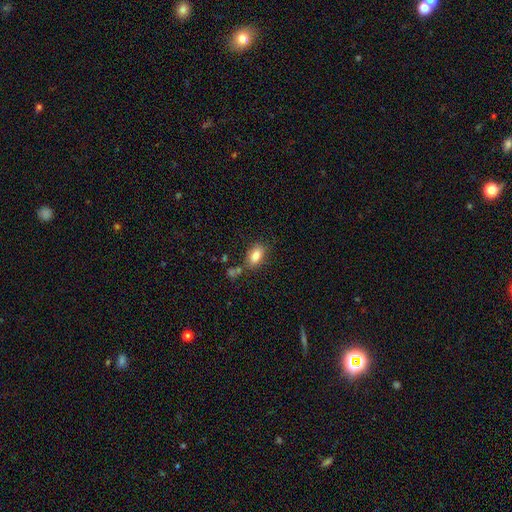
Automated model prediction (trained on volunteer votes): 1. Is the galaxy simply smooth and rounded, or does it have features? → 83% smooth, 9% star or artifact, 8% featured or disk.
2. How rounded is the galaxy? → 87% in between, 9% round, 4% cigar-shaped.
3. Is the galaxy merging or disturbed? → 71% none, 15% minor disturbance, 10% merger, 5% major disturbance.